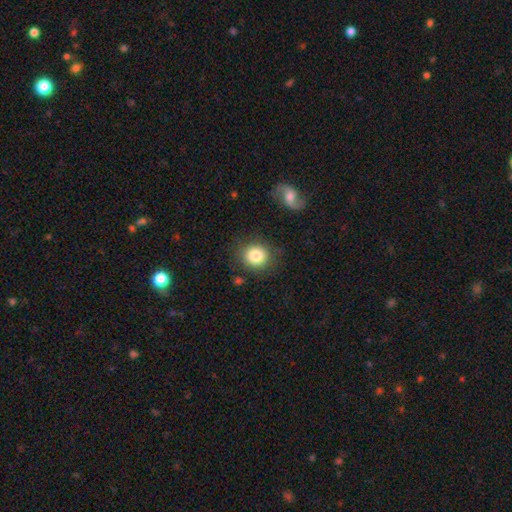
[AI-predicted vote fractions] Smooth or featured? Predicted: smooth (p=0.83). How rounded? Predicted: round (p=0.86). Merging? Predicted: none (p=0.83).